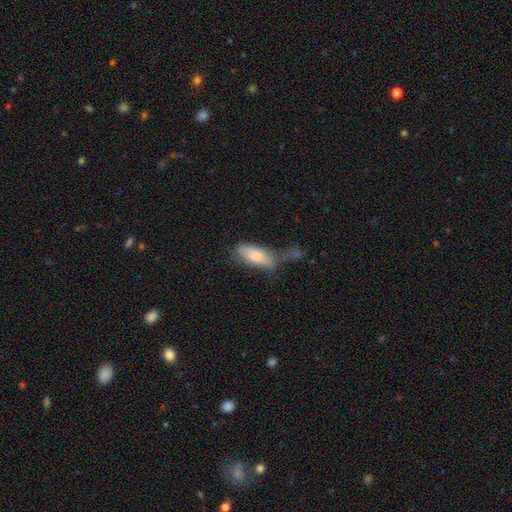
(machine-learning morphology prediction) smooth 77%, featured or disk 16%, star or artifact 7%. Down the decision tree: how rounded — in between (73%); merging — none (33%).